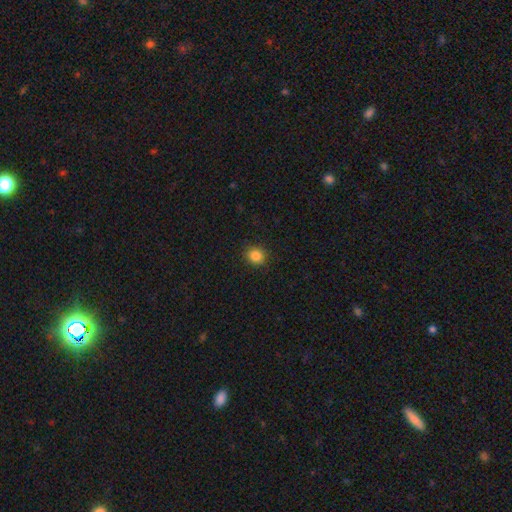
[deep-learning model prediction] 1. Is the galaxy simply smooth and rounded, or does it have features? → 85% smooth, 11% star or artifact, 4% featured or disk.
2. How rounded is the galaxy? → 78% round, 21% in between, 1% cigar-shaped.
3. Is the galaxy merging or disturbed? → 89% none, 8% minor disturbance, 2% major disturbance, 1% merger.